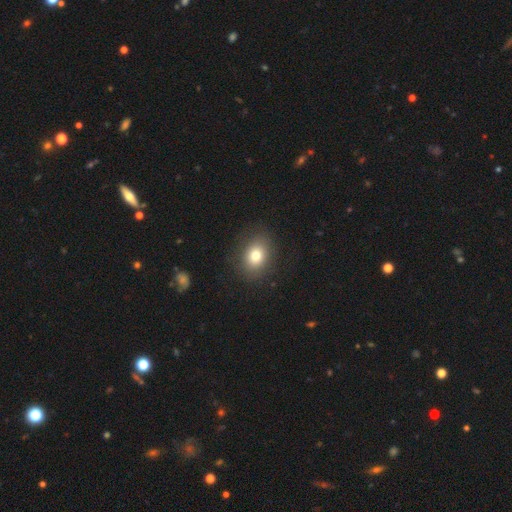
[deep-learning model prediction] A smooth galaxy with no disk features (77%) that is in between round and cigar-shaped (53%). Merging: none (86%).